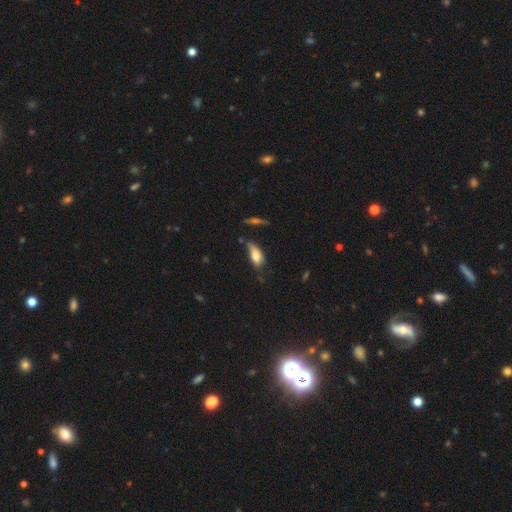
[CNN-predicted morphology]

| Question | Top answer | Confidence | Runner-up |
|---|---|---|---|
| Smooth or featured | smooth | 71% | featured or disk (20%) |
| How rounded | in between | 84% | cigar-shaped (11%) |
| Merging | none | 38% | minor disturbance (34%) |